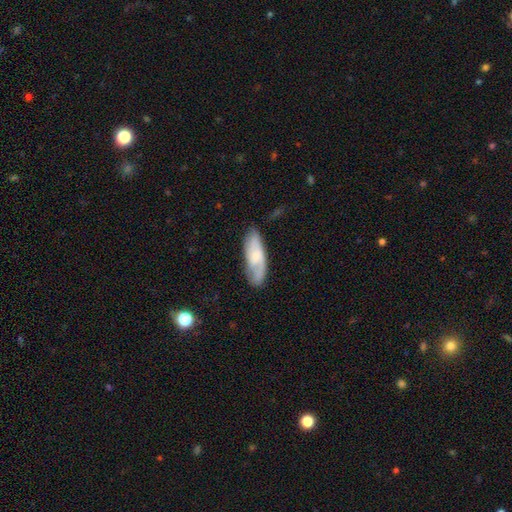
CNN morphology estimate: This appears to be a smooth galaxy with no disk features (48%). Merging: none (68%).